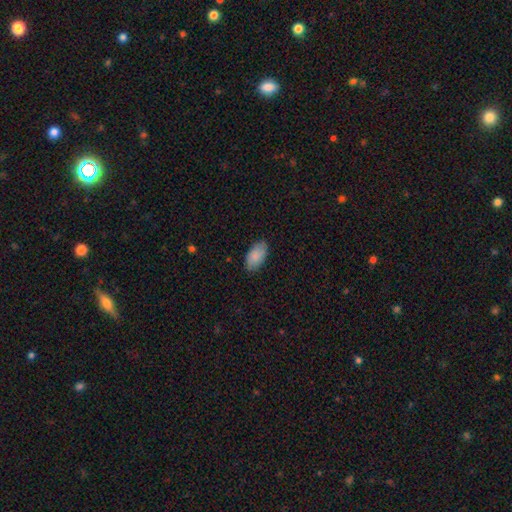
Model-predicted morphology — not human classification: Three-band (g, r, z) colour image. It shows a smooth galaxy with no disk features (86%) that is in between round and cigar-shaped (95%). Merging: none (84%).